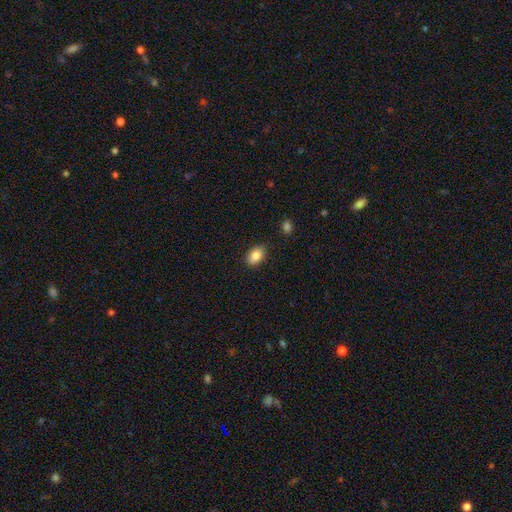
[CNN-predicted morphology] Q: Smooth or featured?
A: smooth (85%); runner-up: star or artifact (8%)
Q: How rounded?
A: in between (85%); runner-up: round (13%)
Q: Merging?
A: none (86%); runner-up: minor disturbance (11%)